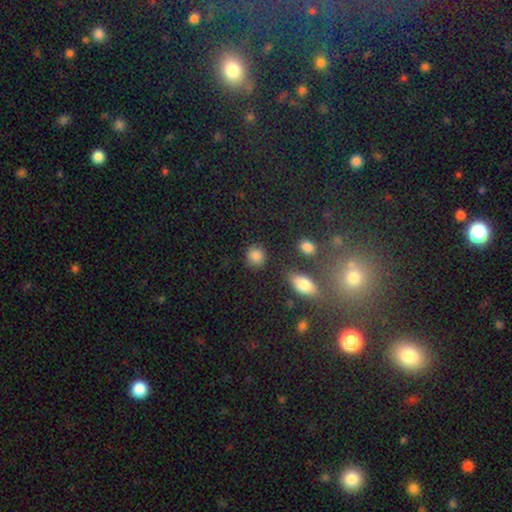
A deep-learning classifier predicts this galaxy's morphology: A smooth galaxy with no disk features (85%) that is round (80%).

Vote fractions:
- Smooth or featured? smooth: 85% / star or artifact: 10% / featured or disk: 5%
- How rounded? round: 80% / in between: 19% / cigar-shaped: 1%
- Merging? none: 80% / minor disturbance: 12% / merger: 4% / major disturbance: 4%